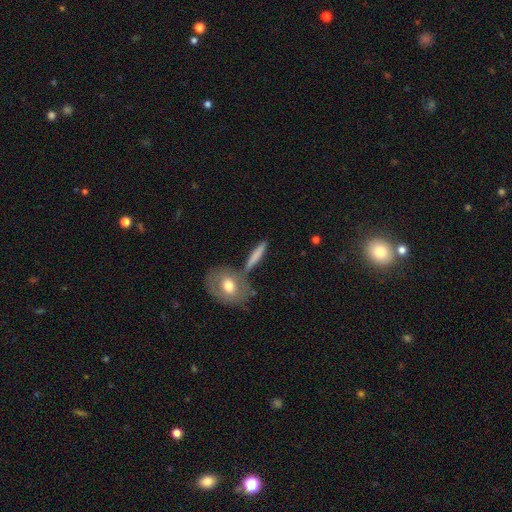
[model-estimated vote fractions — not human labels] Smooth or featured? smooth (67%)
How rounded? cigar-shaped (78%)
Merging? none (69%)